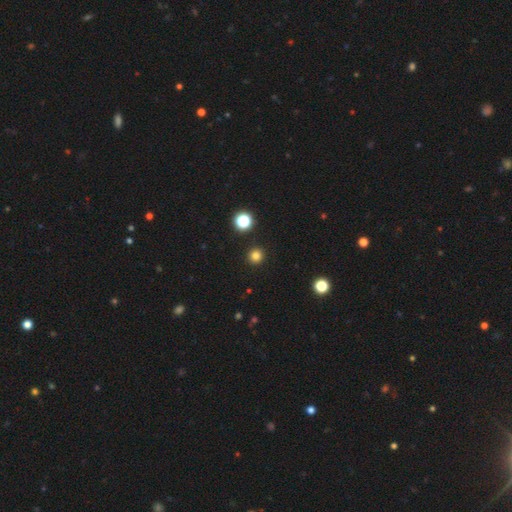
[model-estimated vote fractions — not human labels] A smooth galaxy with no disk features (81%) that is round (96%).

Vote fractions:
- Smooth or featured? smooth: 81% / star or artifact: 15% / featured or disk: 4%
- How rounded? round: 96% / in between: 3% / cigar-shaped: 1%
- Merging? none: 93% / minor disturbance: 4% / major disturbance: 2% / merger: 1%